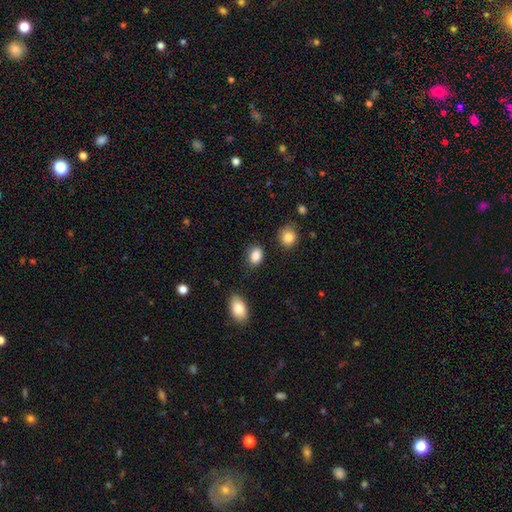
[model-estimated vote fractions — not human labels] smooth 87%, star or artifact 8%, featured or disk 4%. Down the decision tree: how rounded — in between (73%); merging — none (83%).